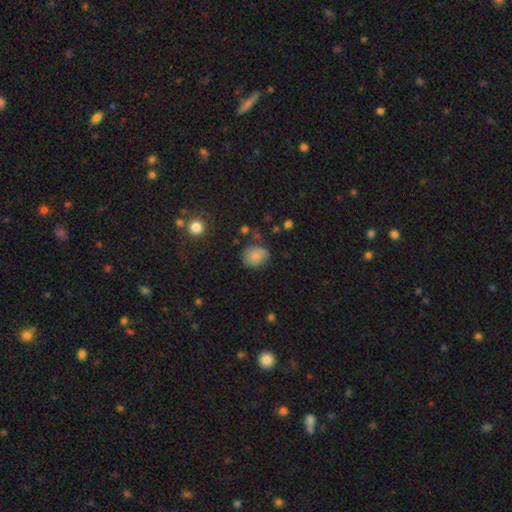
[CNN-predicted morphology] A smooth galaxy with no disk features (78%) that is round (51%). Merging: none (66%).